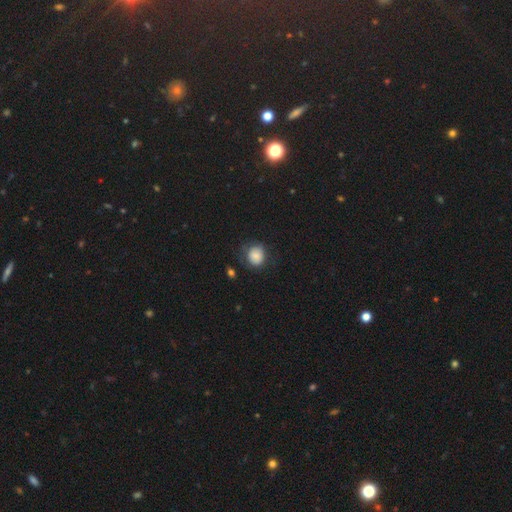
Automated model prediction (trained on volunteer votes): smooth-or-featured: smooth: 82% | star or artifact: 9% | featured or disk: 9%
  how-rounded: round: 77% | in between: 22% | cigar-shaped: 1%
  merging: none: 64% | minor disturbance: 24% | major disturbance: 10% | merger: 2%